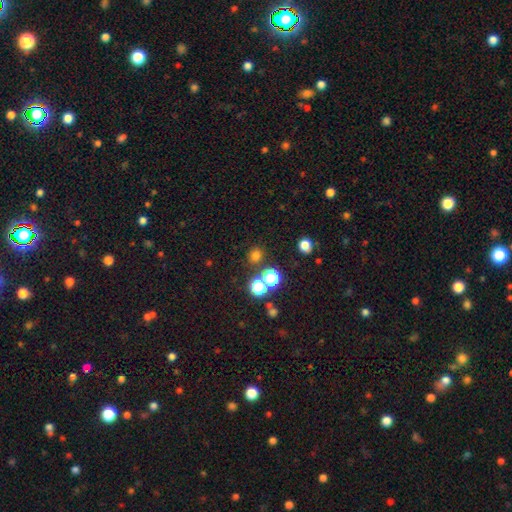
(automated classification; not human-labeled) Morphology: type=smooth (69%); roundness=round (88%); merging=none (80%).